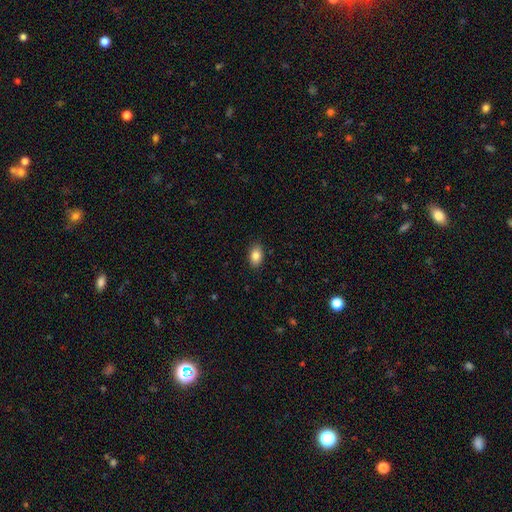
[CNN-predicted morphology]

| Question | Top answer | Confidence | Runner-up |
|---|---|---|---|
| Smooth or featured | smooth | 86% | star or artifact (8%) |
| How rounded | in between | 90% | round (9%) |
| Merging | none | 88% | minor disturbance (9%) |